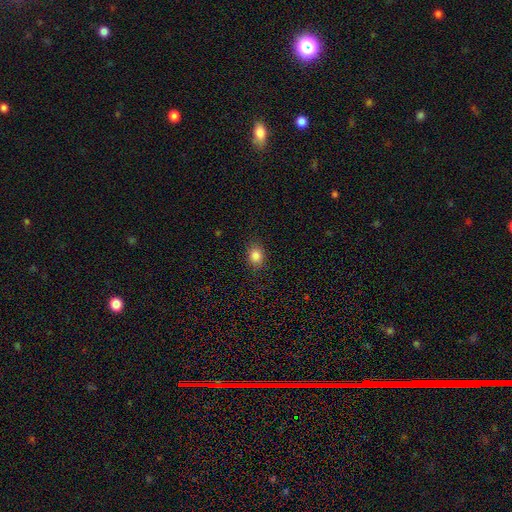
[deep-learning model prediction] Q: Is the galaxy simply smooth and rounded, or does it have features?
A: smooth — 84%.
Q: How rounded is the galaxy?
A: round — 49%, tied with in between.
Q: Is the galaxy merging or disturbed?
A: none — 85%.